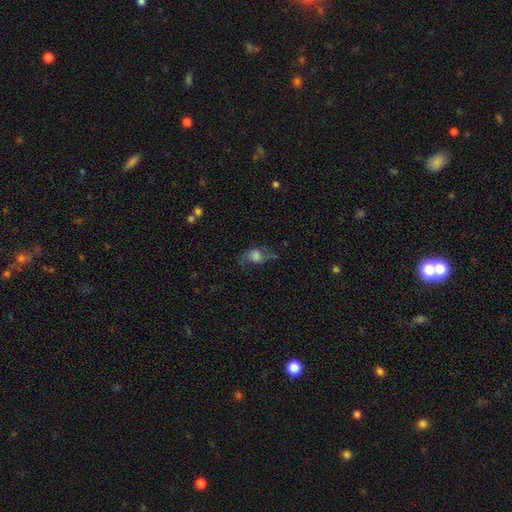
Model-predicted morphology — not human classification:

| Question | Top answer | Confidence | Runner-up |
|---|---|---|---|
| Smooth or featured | smooth | 51% | featured or disk (37%) |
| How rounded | in between | 66% | round (29%) |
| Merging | none | 41% | major disturbance (29%) |